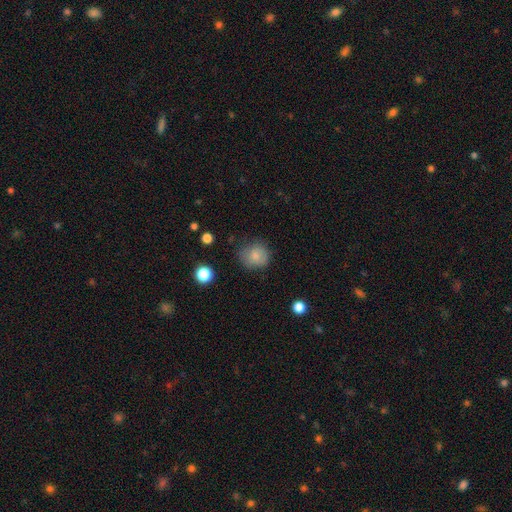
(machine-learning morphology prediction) This is clearly a smooth galaxy (81%). How rounded: likely round (80%). Merging: likely none (67%).